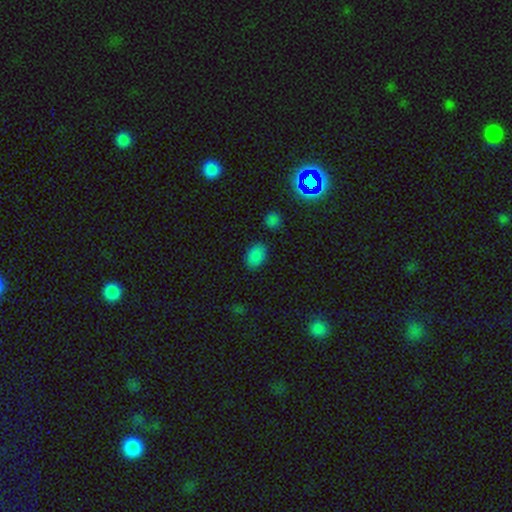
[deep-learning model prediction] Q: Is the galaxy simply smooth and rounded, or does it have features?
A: smooth — 84%.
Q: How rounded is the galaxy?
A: in between — 85%.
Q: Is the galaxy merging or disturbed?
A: none — 84%.